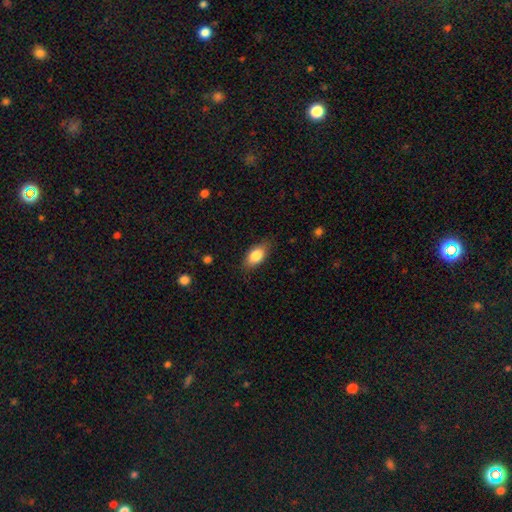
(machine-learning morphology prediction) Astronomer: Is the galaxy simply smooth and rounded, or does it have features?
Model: smooth — 83%.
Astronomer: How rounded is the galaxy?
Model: in between — 89%.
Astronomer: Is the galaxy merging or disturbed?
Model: none — 81%.